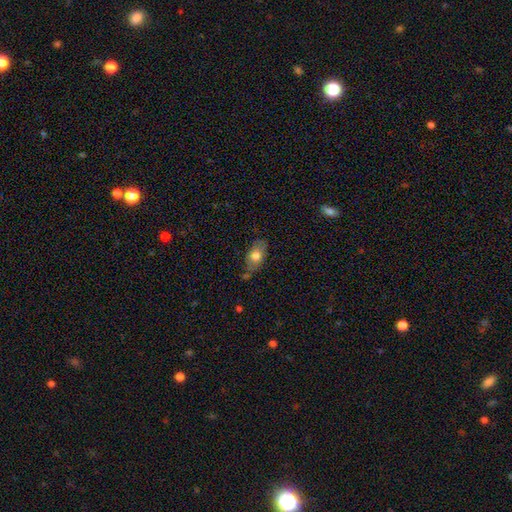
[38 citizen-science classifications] Volunteers were most divided on "merging": minor disturbance: 37%, none: 31%, major disturbance: 20%, merger: 11%. More confident: how rounded — in between (86%); smooth or featured — smooth (76%).